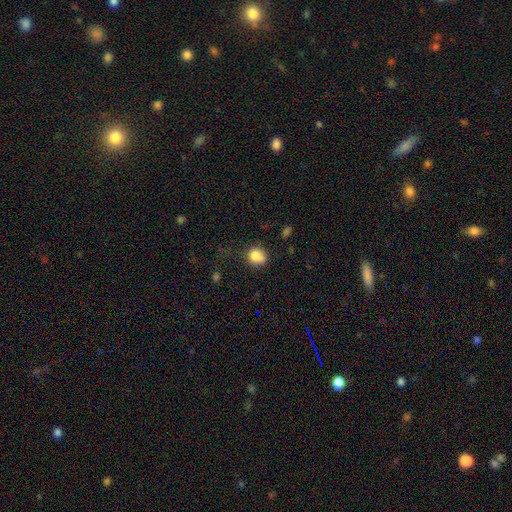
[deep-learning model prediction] smooth 85%, star or artifact 10%, featured or disk 6%. Down the decision tree: how rounded — round (73%); merging — none (64%).